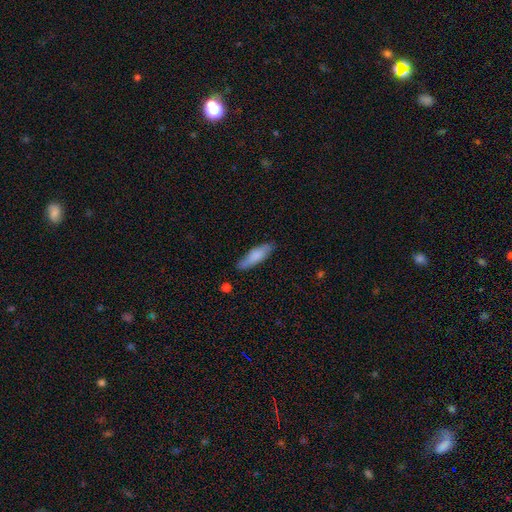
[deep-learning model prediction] Smooth or featured? Predicted: smooth (p=0.77). How rounded? Predicted: cigar-shaped (p=0.62). Merging? Predicted: none (p=0.80).